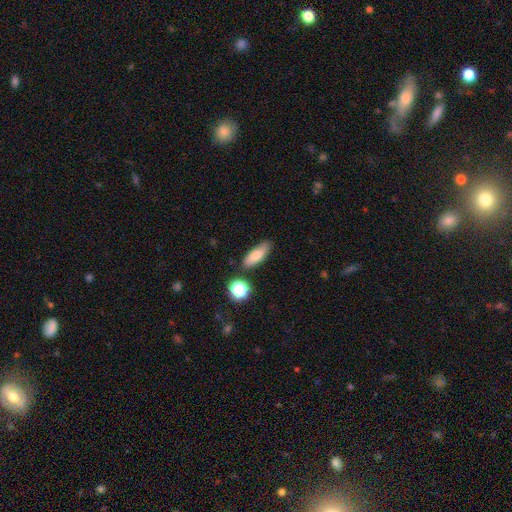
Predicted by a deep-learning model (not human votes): Overall: smooth (77%). How rounded: in between (67%; cigar-shaped 28%). Merging: none (79%).